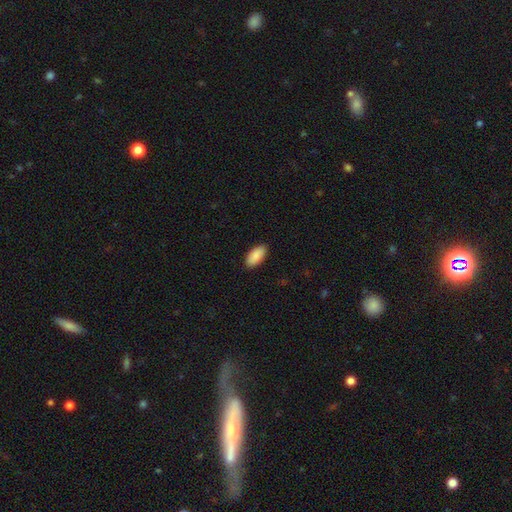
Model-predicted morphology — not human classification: smooth 89%, star or artifact 6%, featured or disk 5%. Down the decision tree: how rounded — in between (93%); merging — none (90%).